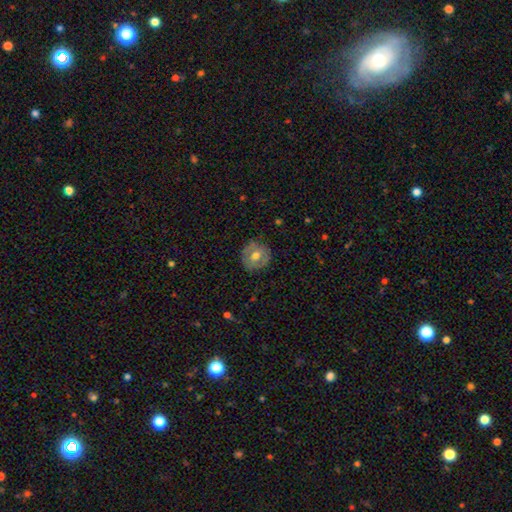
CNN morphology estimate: smooth_or_featured: smooth (p=0.52) [alt: featured or disk p=0.40]
how_rounded: round (p=0.88) [alt: in between p=0.11]
merging: none (p=0.80) [alt: minor disturbance p=0.15]